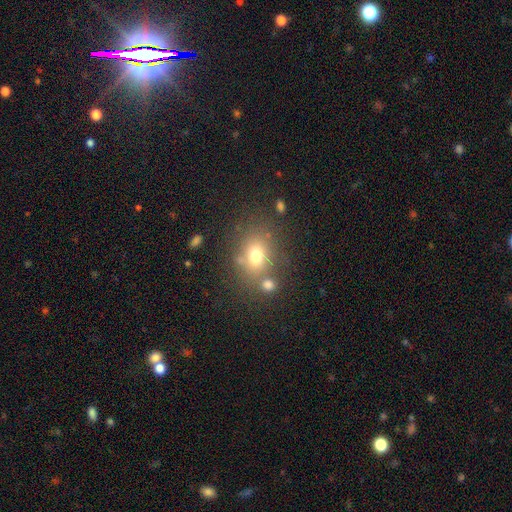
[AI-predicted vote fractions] A smooth galaxy with no disk features (71%) that is in between round and cigar-shaped (54%). Merging: none (64%).